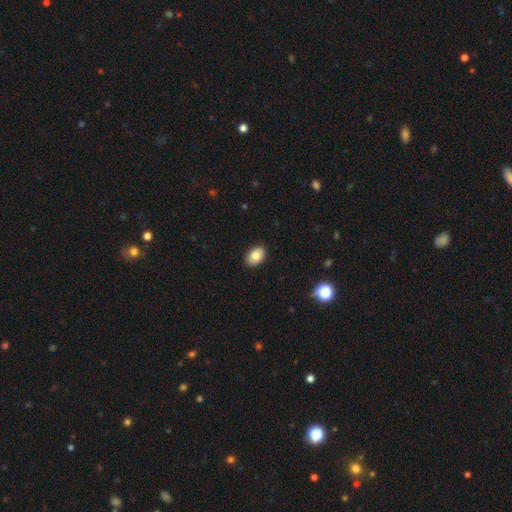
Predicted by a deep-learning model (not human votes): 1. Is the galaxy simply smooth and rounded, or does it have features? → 82% smooth, 10% featured or disk, 8% star or artifact.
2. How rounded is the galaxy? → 84% in between, 15% round, 1% cigar-shaped.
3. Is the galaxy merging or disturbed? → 89% none, 8% minor disturbance, 2% major disturbance, 1% merger.